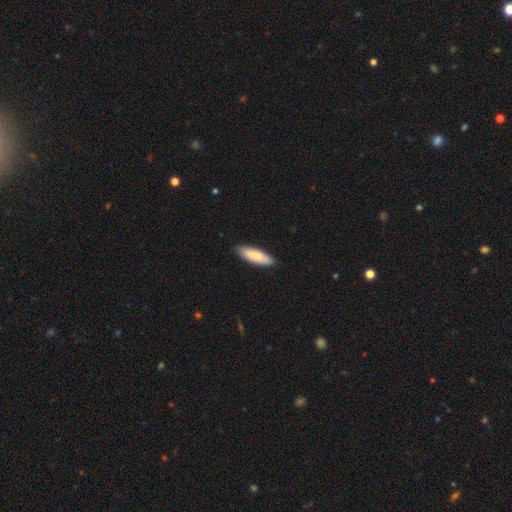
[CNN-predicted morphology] A smooth galaxy with no disk features (83%) that is cigar-shaped (52%). Merging: none (86%).